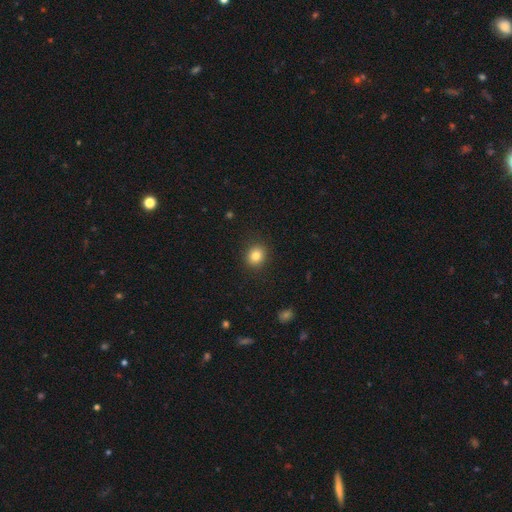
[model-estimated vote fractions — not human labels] This is clearly a smooth galaxy (83%). How rounded: likely round (78%). Merging: clearly none (90%).